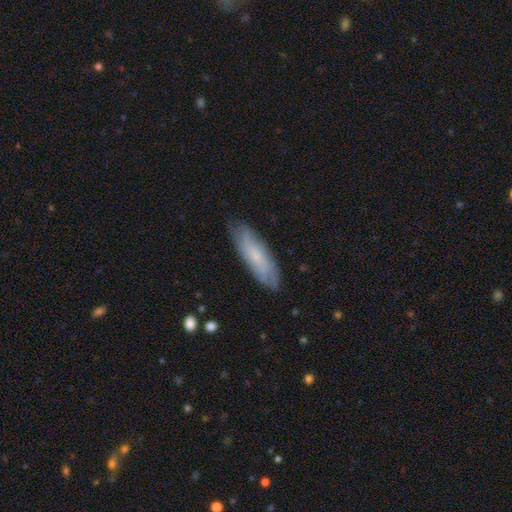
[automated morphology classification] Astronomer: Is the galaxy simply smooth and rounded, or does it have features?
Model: smooth — 52% (runner-up: featured or disk, 41%).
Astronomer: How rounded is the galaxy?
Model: cigar-shaped — 53% (runner-up: in between, 45%).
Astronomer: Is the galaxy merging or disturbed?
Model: none — 82%.